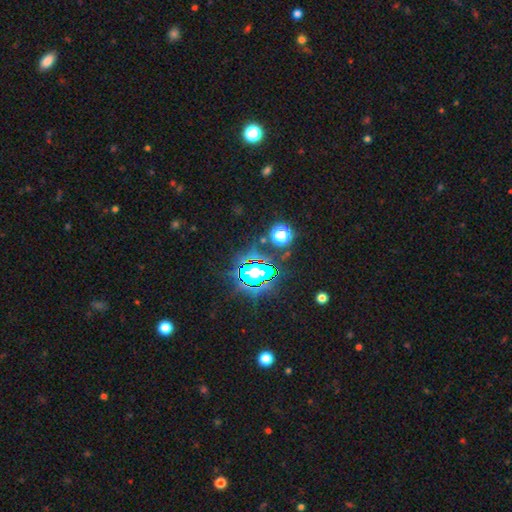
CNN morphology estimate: type=star or artifact (72%).